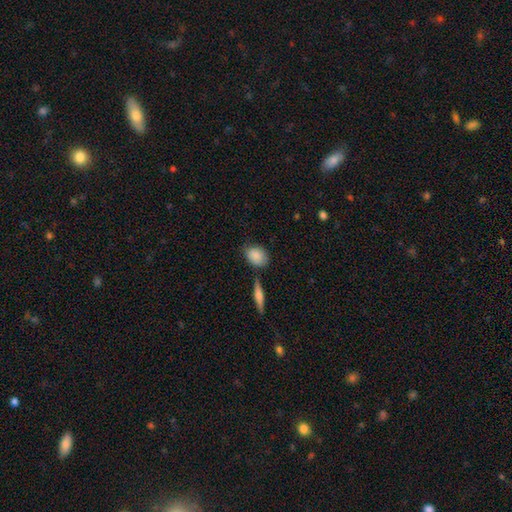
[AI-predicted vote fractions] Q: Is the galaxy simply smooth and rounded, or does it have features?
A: smooth — 86%.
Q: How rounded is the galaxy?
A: in between — 59%.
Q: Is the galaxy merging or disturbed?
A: none — 69%.